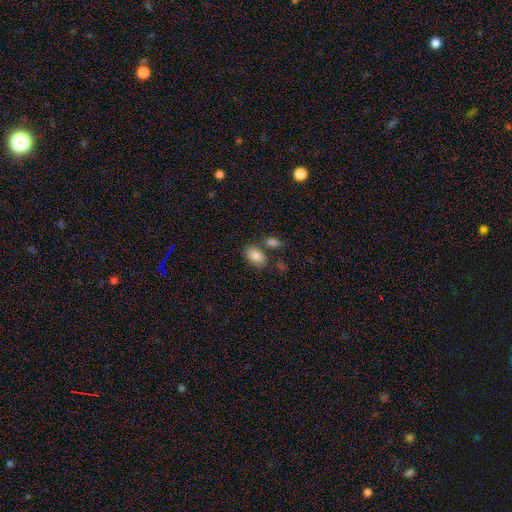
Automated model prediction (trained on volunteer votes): smooth_or_featured: smooth (p=0.84) [alt: featured or disk p=0.08]
how_rounded: in between (p=0.82) [alt: round p=0.17]
merging: none (p=0.64) [alt: merger p=0.16]